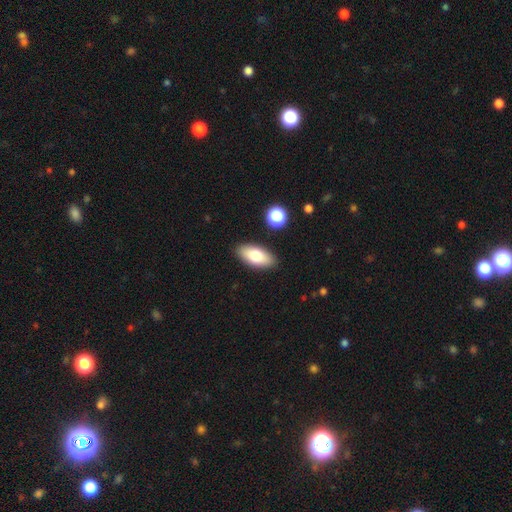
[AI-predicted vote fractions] Smooth or featured? Predicted: smooth (p=0.76). How rounded? Predicted: in between (p=0.88). Merging? Predicted: none (p=0.88).